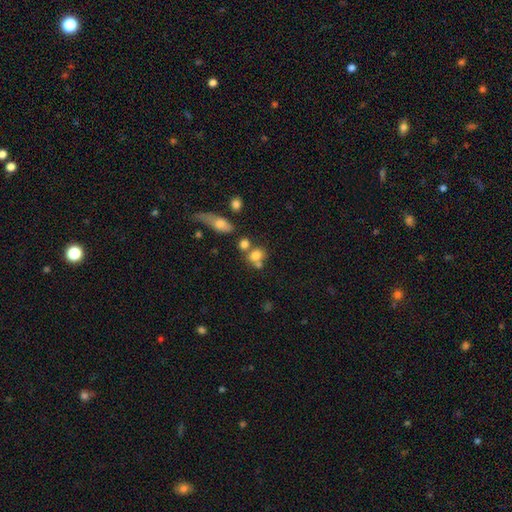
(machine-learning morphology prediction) Smooth or featured? Predicted: smooth (p=0.77). How rounded? Predicted: round (p=0.64). Merging? Predicted: none (p=0.45).